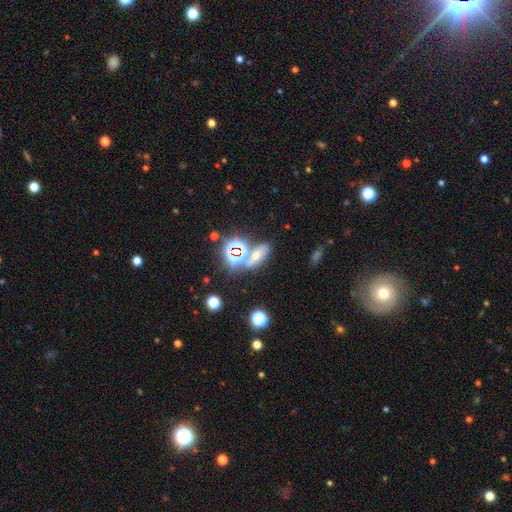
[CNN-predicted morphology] Overall: smooth (45%; star or artifact 35%). Merging: none (61%).